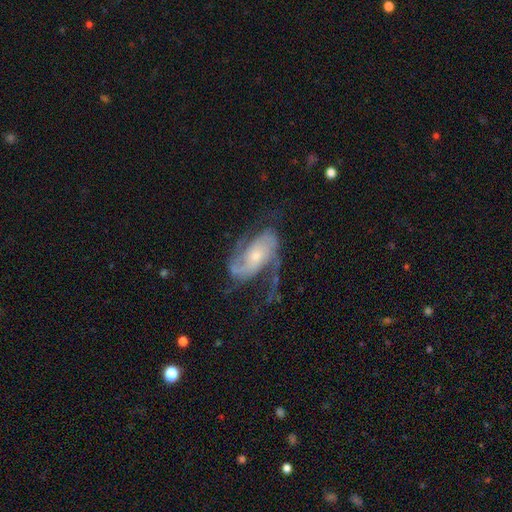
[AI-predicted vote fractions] Smooth or featured? featured or disk (86%)
Edge-on disk? no (96%)
Bar? no (58%)
Spiral arms? yes (96%)
Spiral winding? medium (46%)
Spiral arm count? 2 (69%)
Bulge size? small (58%)
Merging? none (55%)